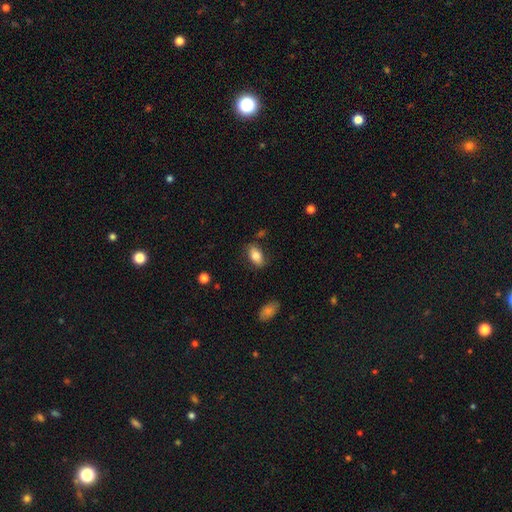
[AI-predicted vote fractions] This appears to be a smooth galaxy with no disk features (80%) that is in between round and cigar-shaped (91%). Merging: none (78%).